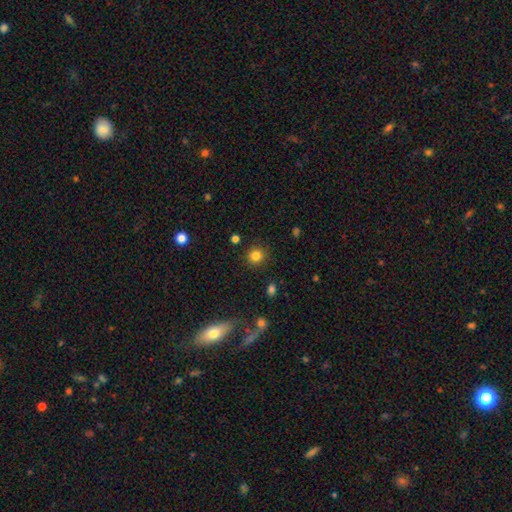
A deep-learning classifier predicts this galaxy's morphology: The model was most divided on "smooth or featured": smooth: 83%, star or artifact: 12%, featured or disk: 4%. More confident: how rounded — round (91%); merging — none (89%).